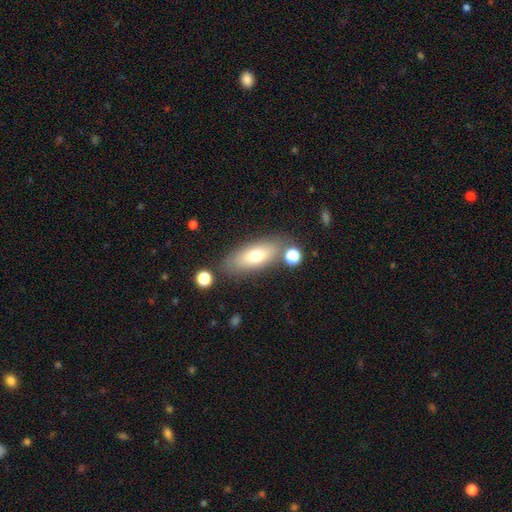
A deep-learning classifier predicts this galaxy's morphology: Overall: smooth (69%). How rounded: in between (72%). Merging: none (76%).